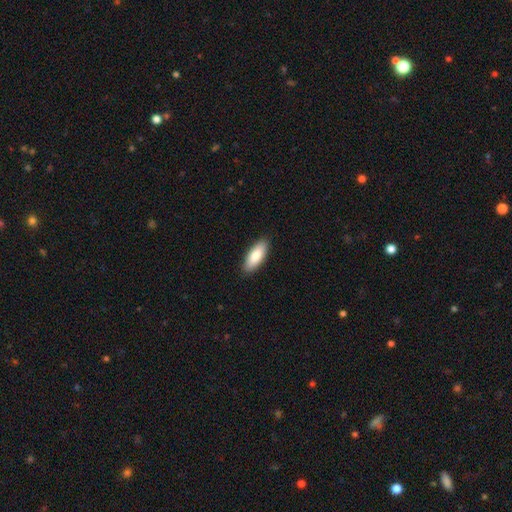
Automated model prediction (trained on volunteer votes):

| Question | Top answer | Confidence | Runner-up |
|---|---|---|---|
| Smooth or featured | smooth | 84% | featured or disk (11%) |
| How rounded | in between | 73% | cigar-shaped (25%) |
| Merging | none | 89% | minor disturbance (8%) |